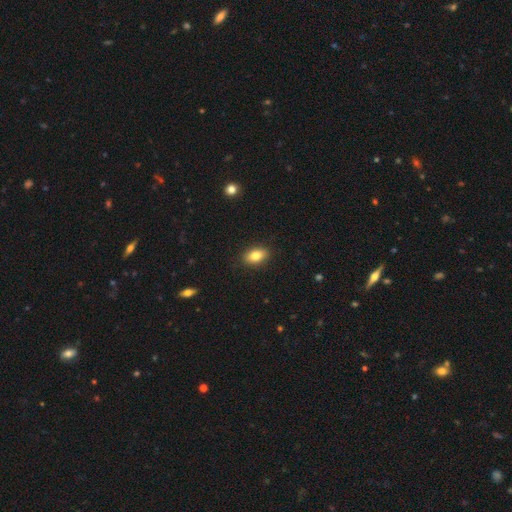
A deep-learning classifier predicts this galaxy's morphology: Smooth or featured? smooth (82%)
How rounded? in between (87%)
Merging? none (89%)